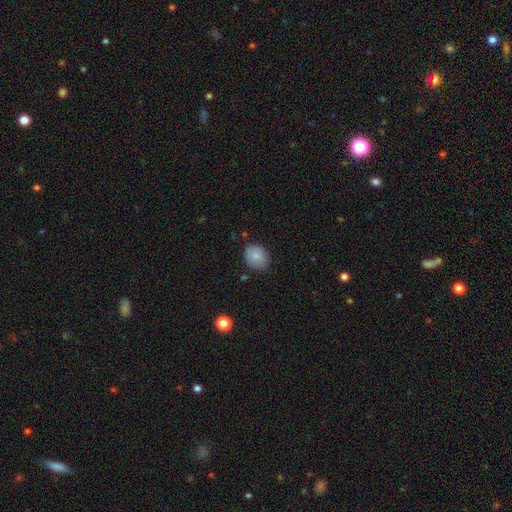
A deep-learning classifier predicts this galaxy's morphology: This is clearly a smooth galaxy (83%). How rounded: possibly round (55%). Merging: likely none (80%).